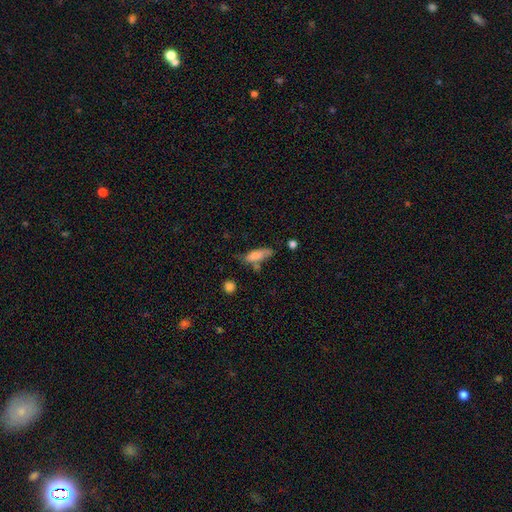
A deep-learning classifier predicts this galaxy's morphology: Smooth or featured? Predicted: smooth (p=0.74). How rounded? Predicted: in between (p=0.57). Merging? Predicted: none (p=0.51).